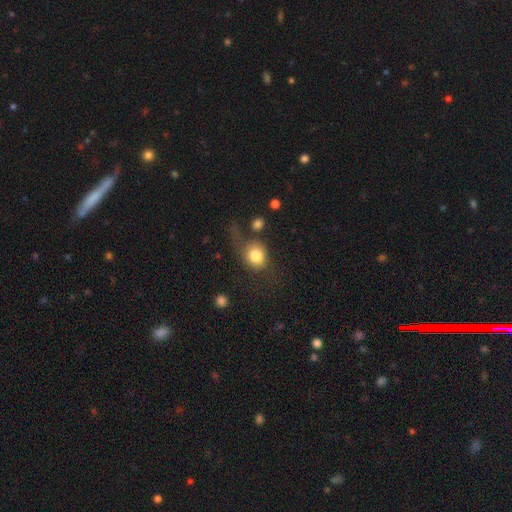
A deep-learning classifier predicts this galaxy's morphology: Smooth or featured?
  - smooth: 78% *
  - featured or disk: 13%
  - star or artifact: 9%
How rounded?
  - round: 67% *
  - in between: 31%
  - cigar-shaped: 1%
Merging?
  - none: 47% *
  - major disturbance: 24%
  - minor disturbance: 21%
  - merger: 8%